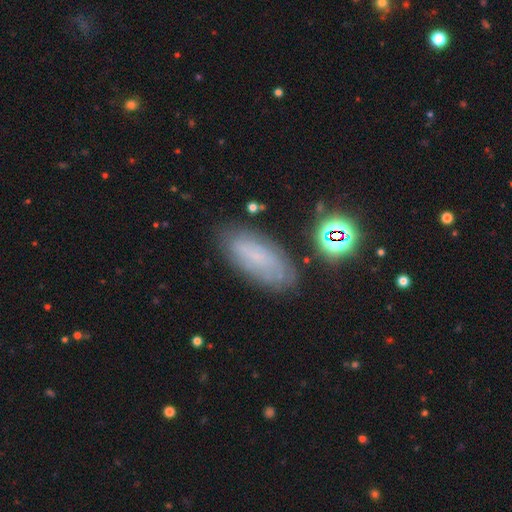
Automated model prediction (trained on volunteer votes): Morphology: type=smooth (60%); roundness=in between (82%); merging=none (75%).